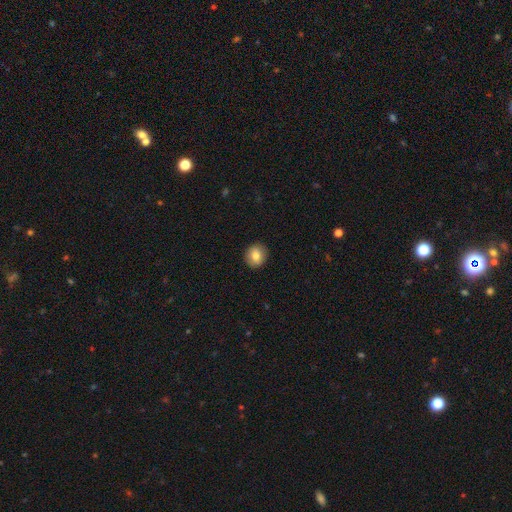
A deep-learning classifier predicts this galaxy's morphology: A smooth galaxy with no disk features (81%) that is round (80%).

Vote fractions:
- Smooth or featured? smooth: 81% / featured or disk: 11% / star or artifact: 8%
- How rounded? round: 80% / in between: 19% / cigar-shaped: 1%
- Merging? none: 91% / minor disturbance: 7% / major disturbance: 2% / merger: 1%